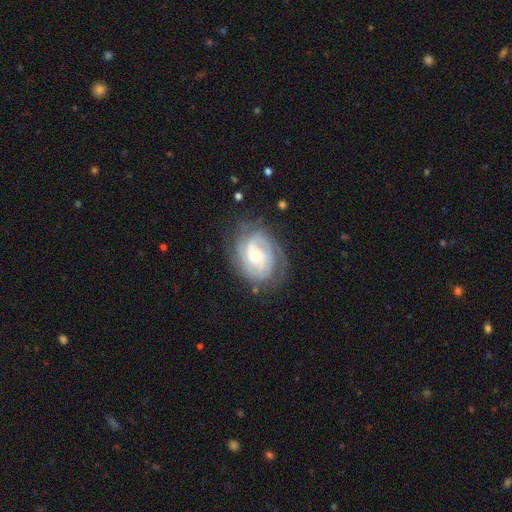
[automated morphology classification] smooth_or_featured: featured or disk (p=0.85) [alt: smooth p=0.10]
disk_edge_on: no (p=0.97) [alt: yes p=0.03]
bar: no (p=0.63) [alt: weak p=0.30]
has_spiral_arms: yes (p=0.96) [alt: no p=0.04]
spiral_winding: tight (p=0.66) [alt: medium p=0.28]
spiral_arm_count: 2 (p=0.37) [alt: can't tell p=0.25]
bulge_size: small (p=0.52) [alt: moderate p=0.41]
merging: none (p=0.71) [alt: minor disturbance p=0.19]